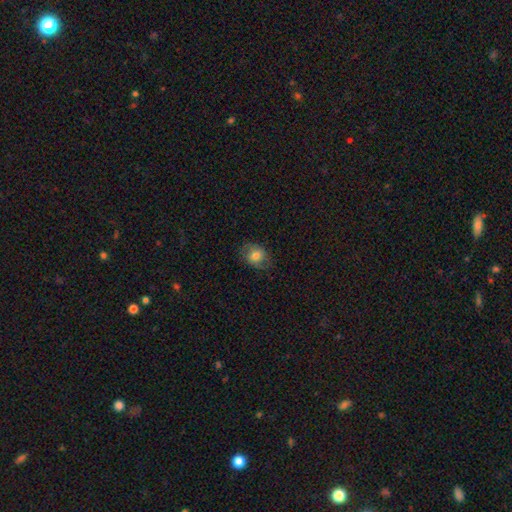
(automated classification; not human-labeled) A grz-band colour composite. It shows a smooth galaxy with no disk features (68%) that is in between round and cigar-shaped (51%). Merging: none (72%).